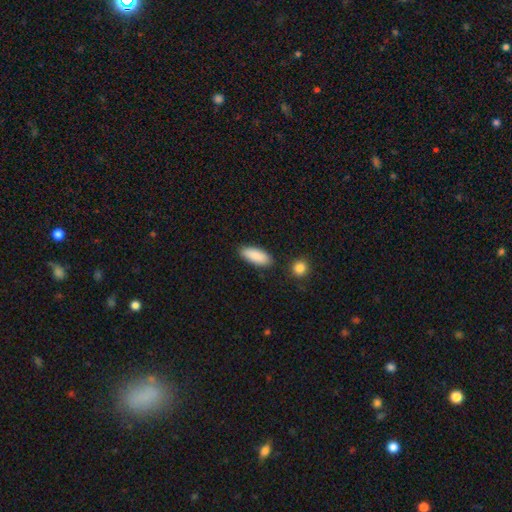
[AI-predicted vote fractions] A smooth galaxy with no disk features (89%) that is in between round and cigar-shaped (80%).

Vote fractions:
- Smooth or featured? smooth: 89% / star or artifact: 6% / featured or disk: 5%
- How rounded? in between: 80% / cigar-shaped: 18% / round: 2%
- Merging? none: 84% / minor disturbance: 10% / merger: 3% / major disturbance: 2%